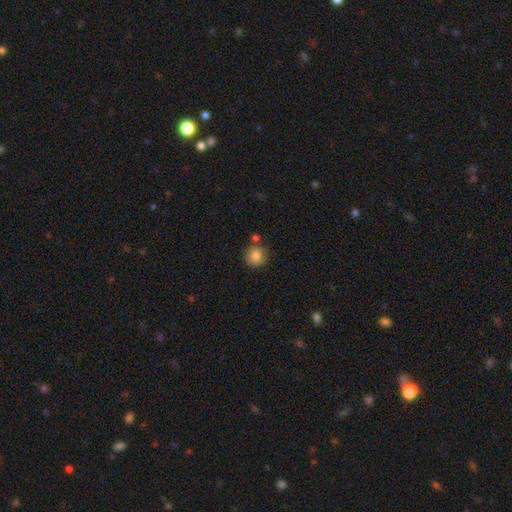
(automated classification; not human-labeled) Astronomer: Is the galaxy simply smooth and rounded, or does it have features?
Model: smooth — 85%.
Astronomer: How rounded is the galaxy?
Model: round — 91%.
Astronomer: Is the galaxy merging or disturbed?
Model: none — 76%.